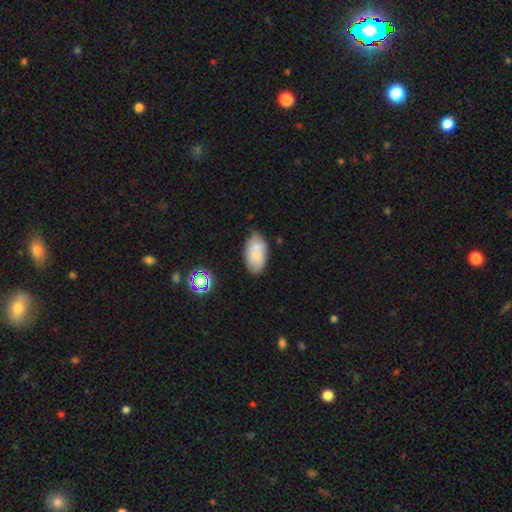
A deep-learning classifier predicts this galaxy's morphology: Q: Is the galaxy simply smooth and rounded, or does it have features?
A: smooth — 71%.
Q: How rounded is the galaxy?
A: in between — 94%.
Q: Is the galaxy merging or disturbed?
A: none — 62%.